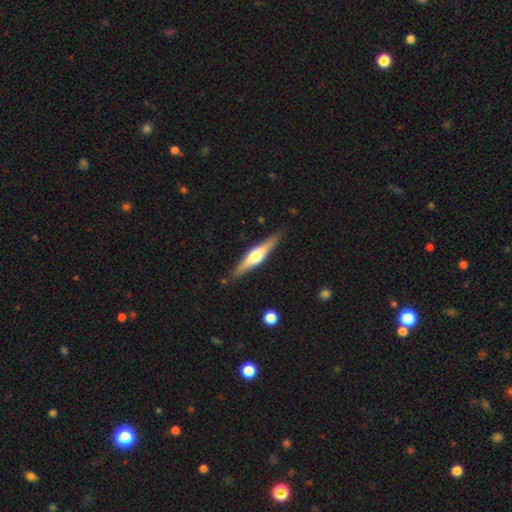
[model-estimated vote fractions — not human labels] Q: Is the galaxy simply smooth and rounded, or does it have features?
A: featured or disk — 65%.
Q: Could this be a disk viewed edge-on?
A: yes — 96%.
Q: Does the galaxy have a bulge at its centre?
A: rounded — 91%.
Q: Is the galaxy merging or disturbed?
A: none — 87%.